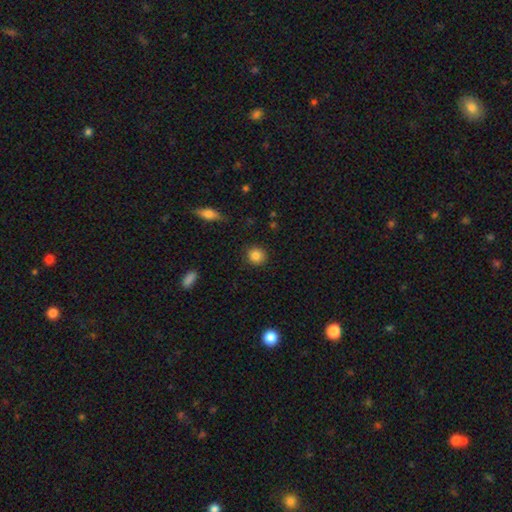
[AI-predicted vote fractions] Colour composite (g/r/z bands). It shows a smooth galaxy with no disk features (85%) that is round (90%). Merging: none (89%).